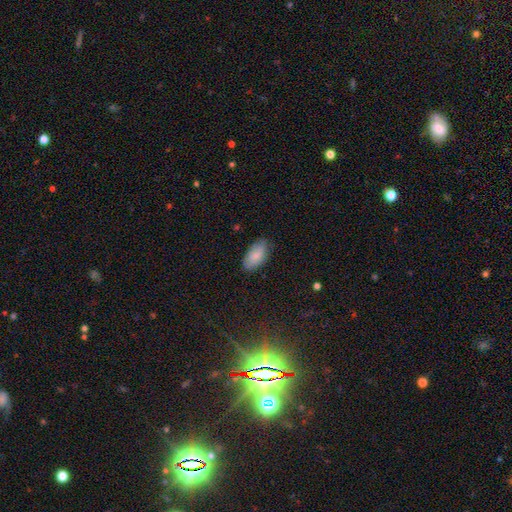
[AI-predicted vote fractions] smooth_or_featured: smooth (p=0.83) [alt: featured or disk p=0.11]
how_rounded: in between (p=0.93) [alt: cigar-shaped p=0.05]
merging: none (p=0.77) [alt: minor disturbance p=0.19]